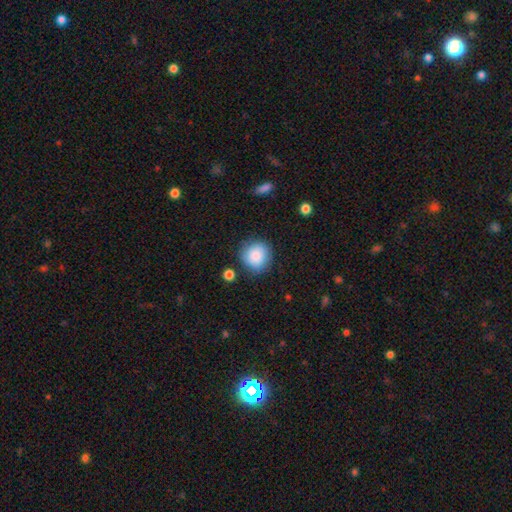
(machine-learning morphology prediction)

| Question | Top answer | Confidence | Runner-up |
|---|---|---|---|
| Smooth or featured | smooth | 87% | star or artifact (8%) |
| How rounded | round | 89% | in between (10%) |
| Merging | none | 82% | minor disturbance (12%) |